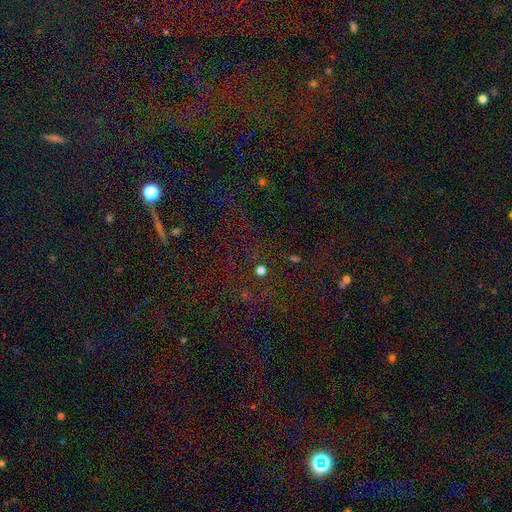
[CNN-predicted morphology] Smooth or featured? Predicted: star or artifact (p=0.80).